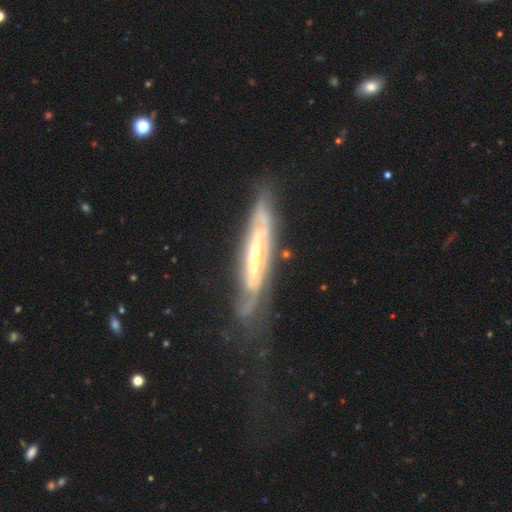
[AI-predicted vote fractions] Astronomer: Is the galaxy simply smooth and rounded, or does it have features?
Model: featured or disk — 82%.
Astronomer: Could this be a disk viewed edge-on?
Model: no — 55% (runner-up: yes, 45%).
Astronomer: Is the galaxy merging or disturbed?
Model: none — 58%.